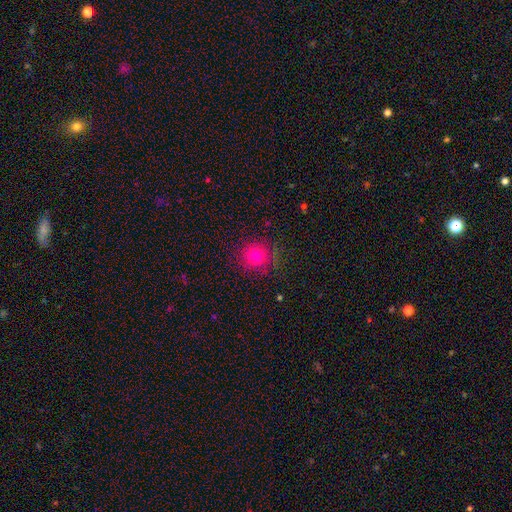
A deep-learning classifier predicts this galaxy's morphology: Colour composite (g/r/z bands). It shows a smooth galaxy with no disk features (78%) that is round (89%). Merging: none (86%).